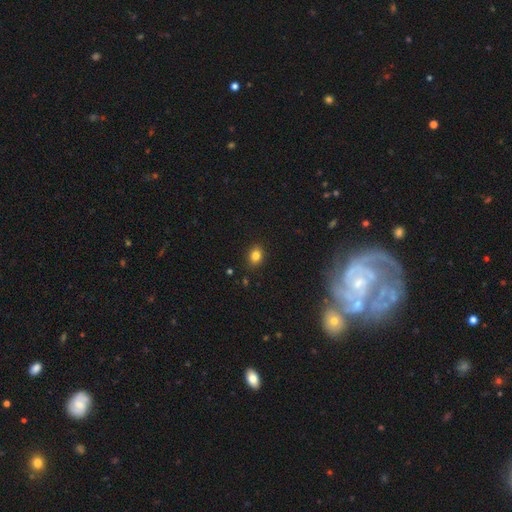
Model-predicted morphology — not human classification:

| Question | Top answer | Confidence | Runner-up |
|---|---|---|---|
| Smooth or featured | smooth | 82% | star or artifact (12%) |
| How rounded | in between | 53% | round (46%) |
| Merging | none | 88% | minor disturbance (9%) |